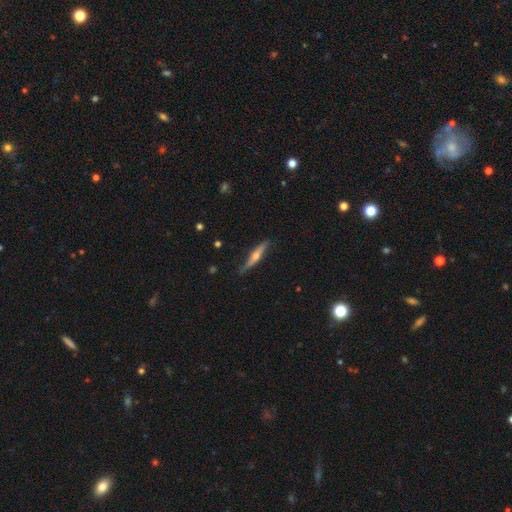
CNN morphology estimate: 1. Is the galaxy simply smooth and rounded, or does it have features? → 62% featured or disk, 32% smooth, 6% star or artifact.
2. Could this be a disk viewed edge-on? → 94% yes, 6% no.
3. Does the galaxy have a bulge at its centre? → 90% rounded, 7% none, 3% boxy.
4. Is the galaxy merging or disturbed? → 81% none, 16% minor disturbance, 2% major disturbance, 1% merger.